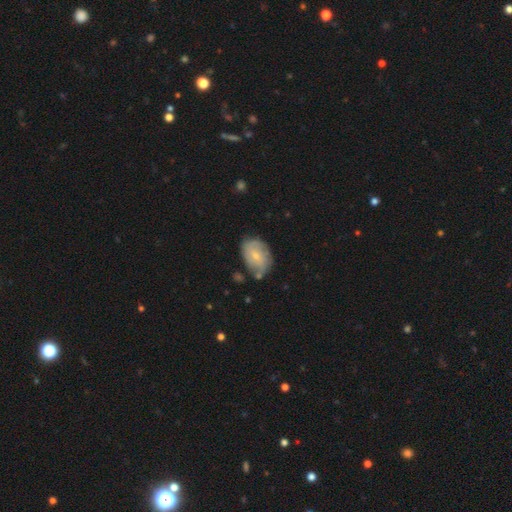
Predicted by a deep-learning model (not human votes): The model was most divided on "smooth or featured": featured or disk: 48%, smooth: 45%, star or artifact: 7%. More confident: merging — none (58%).